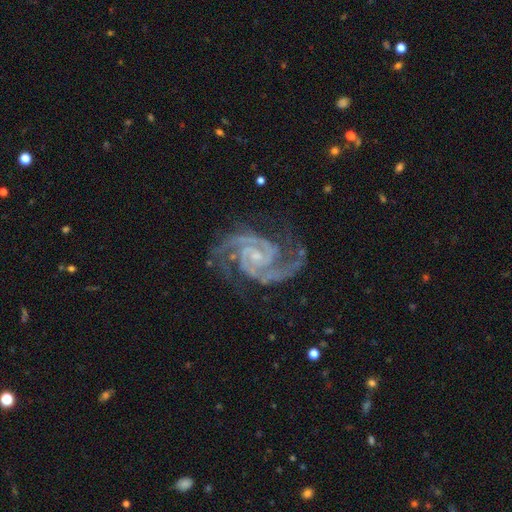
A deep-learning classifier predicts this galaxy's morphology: Overall: featured or disk (94%). Edge-on disk: no (98%). Bar: no (53%; weak 35%). Spiral arms: yes (99%). Spiral arm count: 2 (79%). Spiral winding: medium (51%; tight 43%). Bulge size: small (74%). Merging: none (74%).